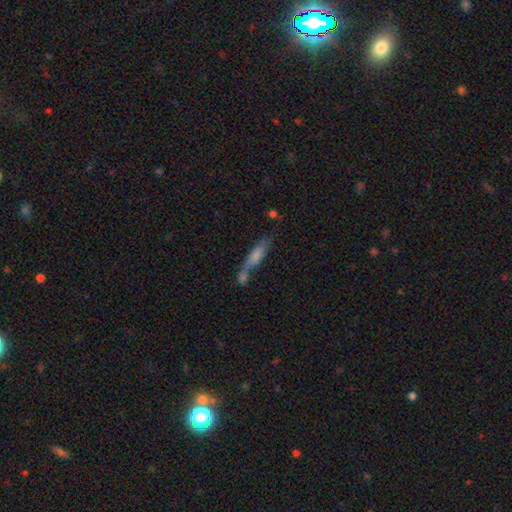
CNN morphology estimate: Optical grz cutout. It shows a smooth galaxy with no disk features (65%) that is cigar-shaped (64%). Merging: merger (42%).